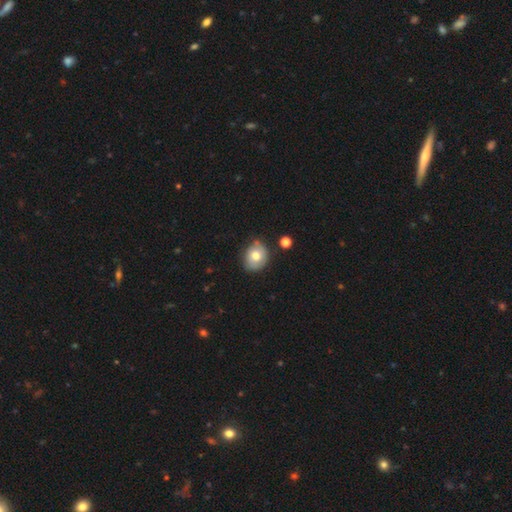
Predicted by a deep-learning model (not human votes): smooth-or-featured: smooth: 69% | featured or disk: 23% | star or artifact: 8%
  how-rounded: round: 60% | in between: 39% | cigar-shaped: 1%
  merging: none: 65% | minor disturbance: 25% | major disturbance: 5% | merger: 4%